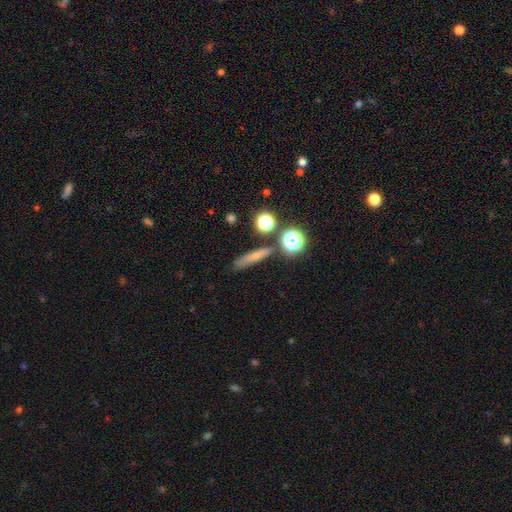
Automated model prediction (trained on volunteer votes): A smooth galaxy with no disk features (60%) that is cigar-shaped (68%).

Vote fractions:
- Smooth or featured? smooth: 60% / featured or disk: 22% / star or artifact: 18%
- How rounded? cigar-shaped: 68% / round: 18% / in between: 13%
- Merging? none: 78% / minor disturbance: 12% / merger: 7% / major disturbance: 4%